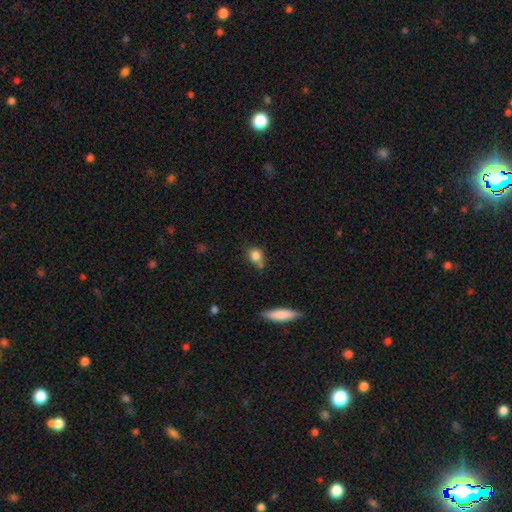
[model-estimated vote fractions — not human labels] smooth 81%, star or artifact 10%, featured or disk 8%. Down the decision tree: how rounded — round (55%); merging — none (57%).